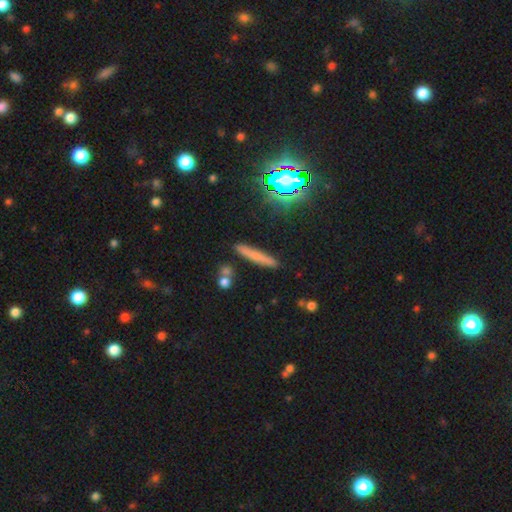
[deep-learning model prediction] Smooth or featured? smooth (62%)
How rounded? cigar-shaped (91%)
Merging? none (83%)